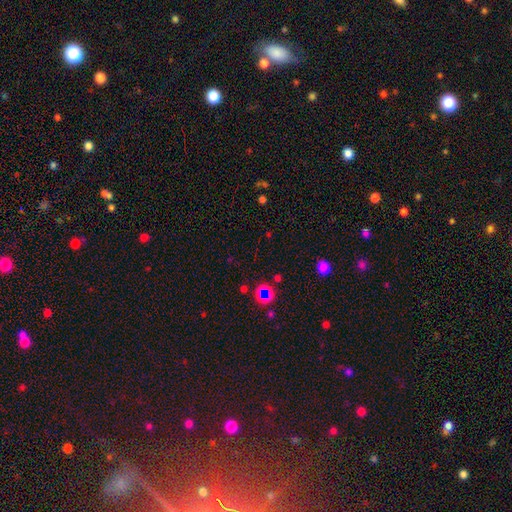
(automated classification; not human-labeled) star or artifact 60%, smooth 31%, featured or disk 9%.